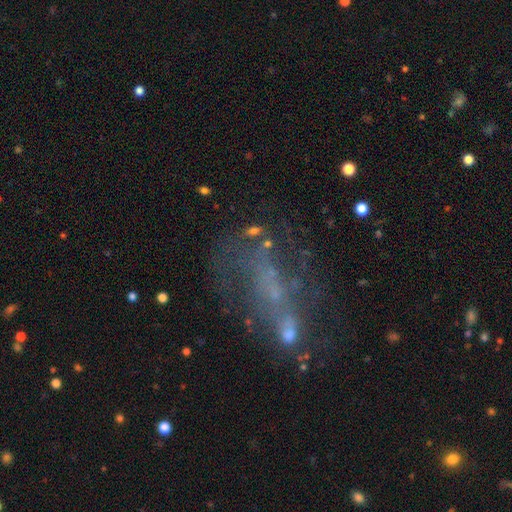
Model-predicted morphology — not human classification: This is possibly a featured or disk galaxy (55%). It is clearly not viewed edge-on (94%). Bar: likely no (79%). Spiral arm pattern: likely no (77%). Central bulge: likely none (61%). Merging: marginally none (45%).